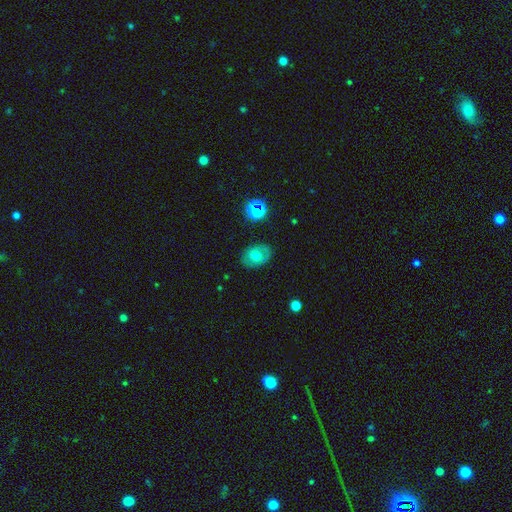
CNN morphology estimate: Smooth or featured?
  - smooth: 62% *
  - featured or disk: 28%
  - star or artifact: 10%
How rounded?
  - in between: 65% *
  - round: 34%
  - cigar-shaped: 1%
Merging?
  - none: 83% *
  - minor disturbance: 12%
  - major disturbance: 4%
  - merger: 1%